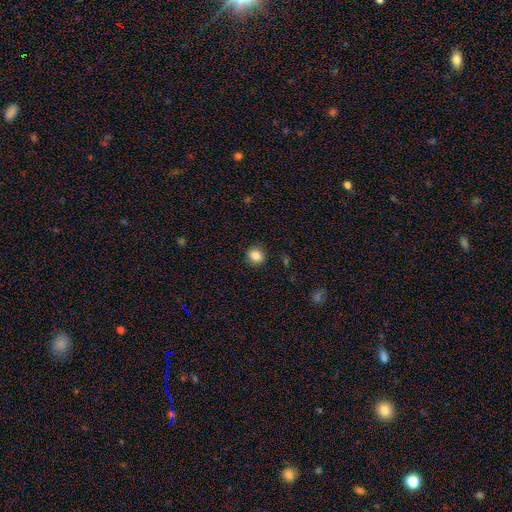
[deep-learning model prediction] Smooth or featured: smooth — 86% (star or artifact — 10%)
How rounded: round — 77% (in between — 22%)
Merging: none — 90% (minor disturbance — 7%)